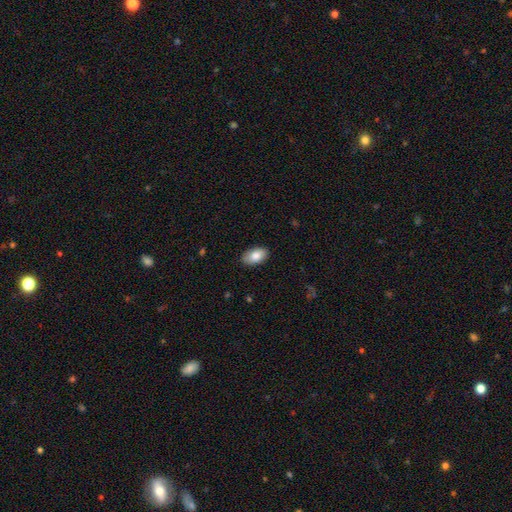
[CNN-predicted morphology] A smooth galaxy with no disk features (83%) that is in between round and cigar-shaped (94%).

Vote fractions:
- Smooth or featured? smooth: 83% / featured or disk: 10% / star or artifact: 6%
- How rounded? in between: 94% / round: 5% / cigar-shaped: 1%
- Merging? none: 87% / minor disturbance: 10% / major disturbance: 2% / merger: 1%